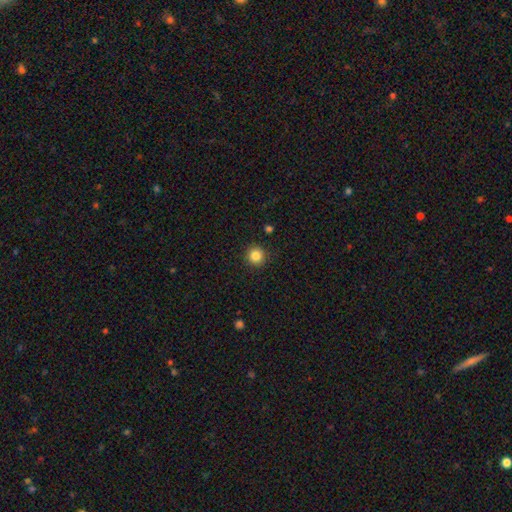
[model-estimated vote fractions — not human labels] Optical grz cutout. It shows a smooth galaxy with no disk features (84%) that is round (95%). Merging: none (91%).